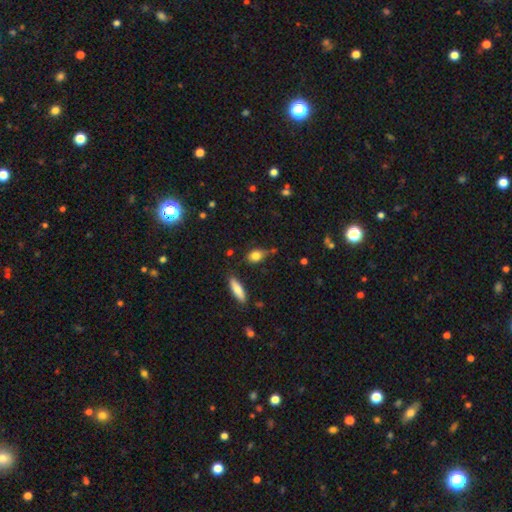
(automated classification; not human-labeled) Smooth or featured?
  - smooth: 78% *
  - featured or disk: 11%
  - star or artifact: 11%
How rounded?
  - in between: 65% *
  - round: 27%
  - cigar-shaped: 8%
Merging?
  - none: 61% *
  - minor disturbance: 25%
  - merger: 7%
  - major disturbance: 7%